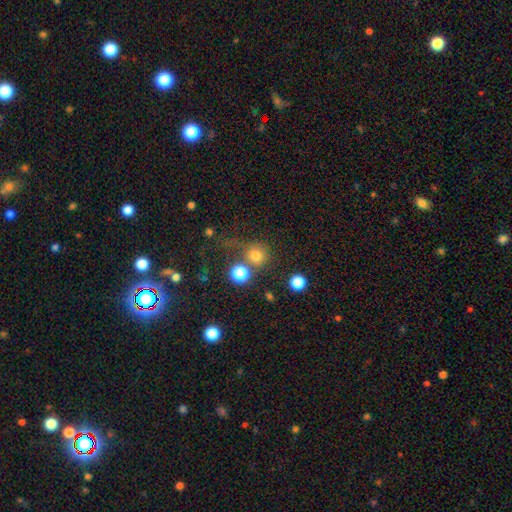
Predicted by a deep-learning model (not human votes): Smooth or featured? Predicted: smooth (p=0.75). How rounded? Predicted: round (p=0.92). Merging? Predicted: none (p=0.62).